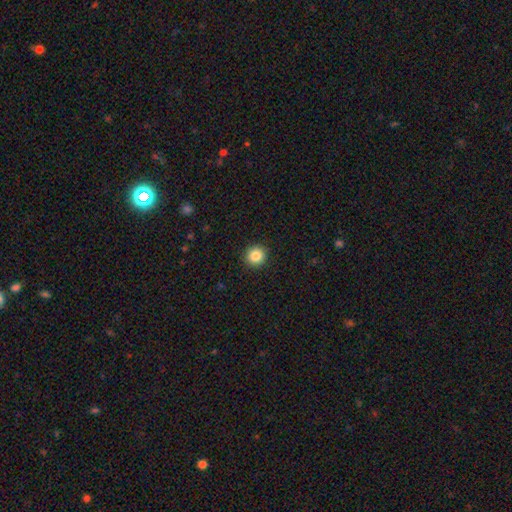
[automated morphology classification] Smooth or featured: smooth — 85% (star or artifact — 10%)
How rounded: round — 92% (in between — 7%)
Merging: none — 92% (minor disturbance — 5%)